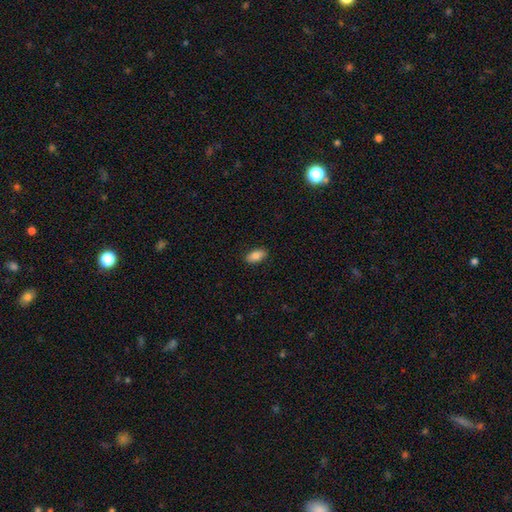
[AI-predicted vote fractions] This appears to be a smooth galaxy with no disk features (85%) that is in between round and cigar-shaped (92%). Merging: none (88%).